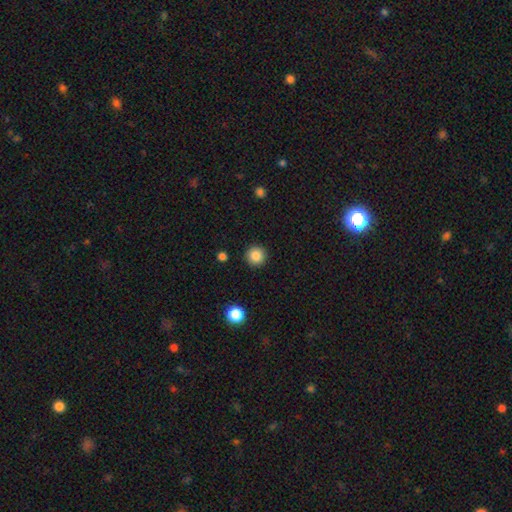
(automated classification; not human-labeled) Smooth or featured? smooth (85%)
How rounded? round (96%)
Merging? none (92%)